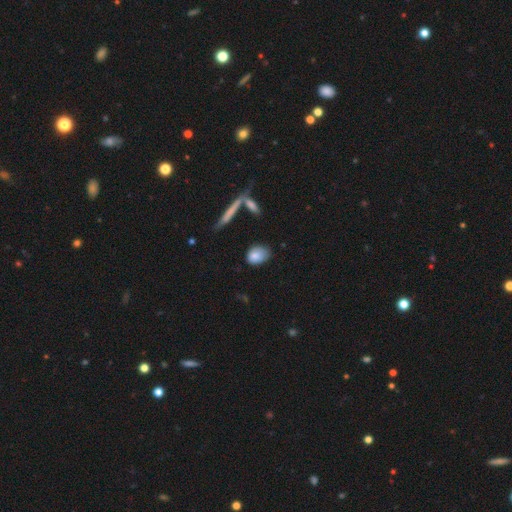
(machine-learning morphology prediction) smooth 81%, featured or disk 11%, star or artifact 7%. Down the decision tree: how rounded — in between (73%); merging — none (55%).